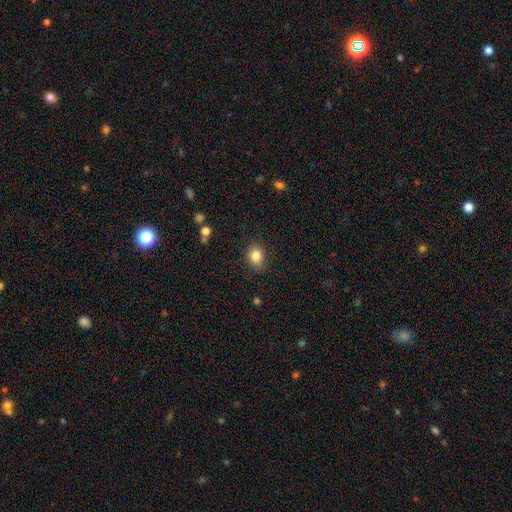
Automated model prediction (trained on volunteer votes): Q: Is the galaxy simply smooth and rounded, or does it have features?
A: smooth — 84%.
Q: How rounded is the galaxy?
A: round — 56%.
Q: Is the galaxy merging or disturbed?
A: none — 83%.